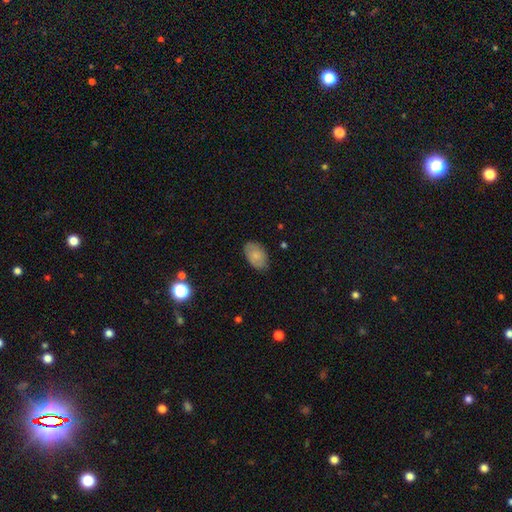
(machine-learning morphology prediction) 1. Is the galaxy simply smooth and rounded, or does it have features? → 79% smooth, 14% featured or disk, 7% star or artifact.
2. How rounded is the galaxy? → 91% in between, 8% round, 1% cigar-shaped.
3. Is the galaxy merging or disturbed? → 82% none, 14% minor disturbance, 3% major disturbance, 1% merger.